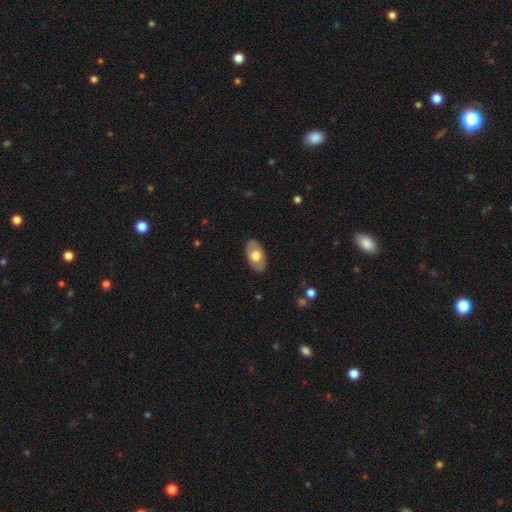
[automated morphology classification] smooth 60%, featured or disk 34%, star or artifact 5%. Down the decision tree: how rounded — in between (93%); merging — none (85%).